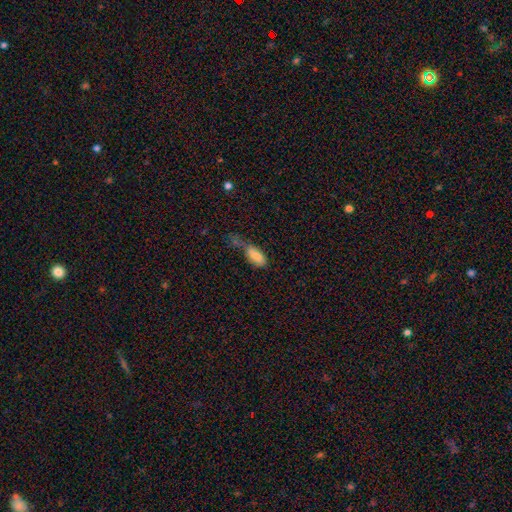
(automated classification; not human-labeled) smooth 82%, featured or disk 10%, star or artifact 8%. Down the decision tree: how rounded — in between (87%); merging — merger (28%).